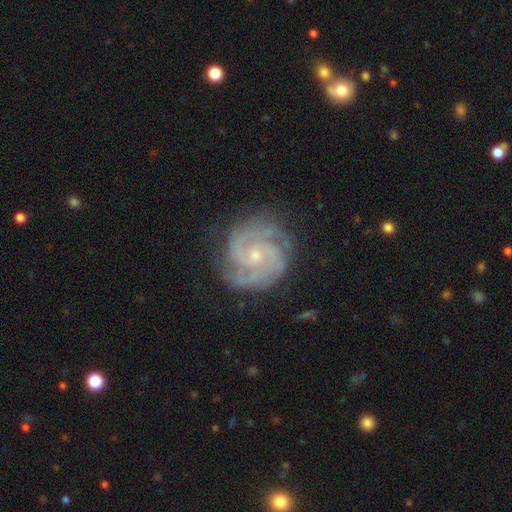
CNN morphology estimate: This appears to be a featured or disk galaxy (90%) with no bar (69%), 2 (39%) tight (65%) spiral arms (98%) and a small central bulge (72%). Merging: none (79%).